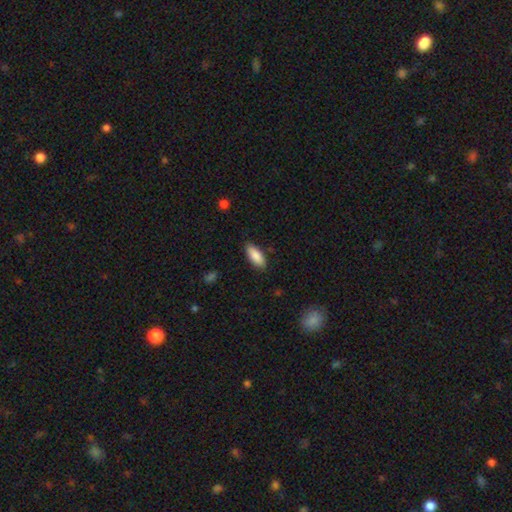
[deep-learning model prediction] This appears to be a smooth galaxy with no disk features (87%) that is in between round and cigar-shaped (82%). Merging: none (85%).